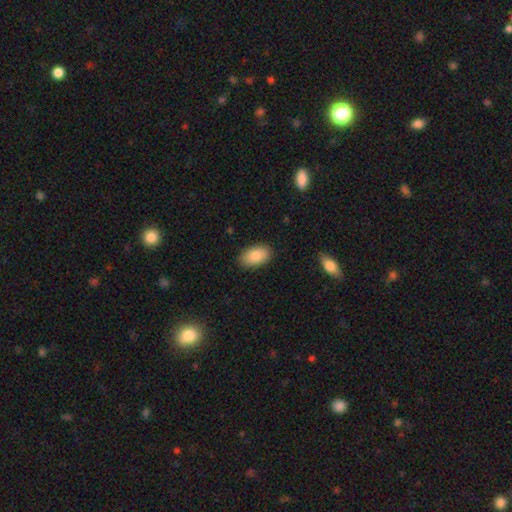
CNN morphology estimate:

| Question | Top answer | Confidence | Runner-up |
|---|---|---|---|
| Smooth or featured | smooth | 88% | star or artifact (6%) |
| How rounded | in between | 94% | round (5%) |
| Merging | none | 87% | minor disturbance (10%) |